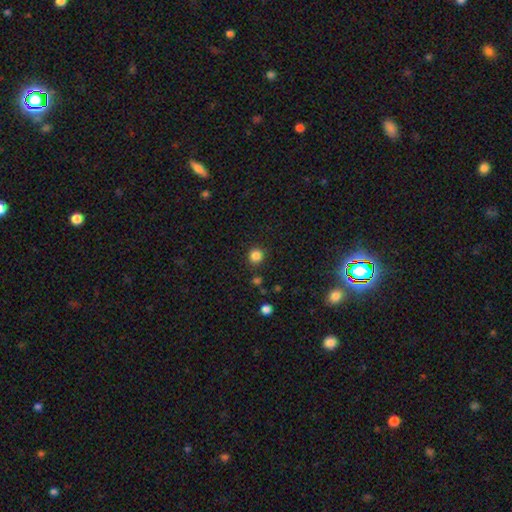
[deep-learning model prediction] smooth 84%, star or artifact 12%, featured or disk 4%. Down the decision tree: how rounded — round (92%); merging — none (89%).